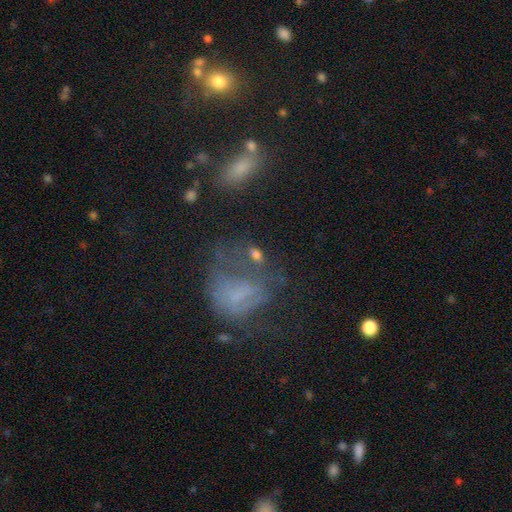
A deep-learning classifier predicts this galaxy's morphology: Q: Smooth or featured?
A: smooth (44%); runner-up: featured or disk (35%)
Q: Merging?
A: none (39%); runner-up: major disturbance (28%)